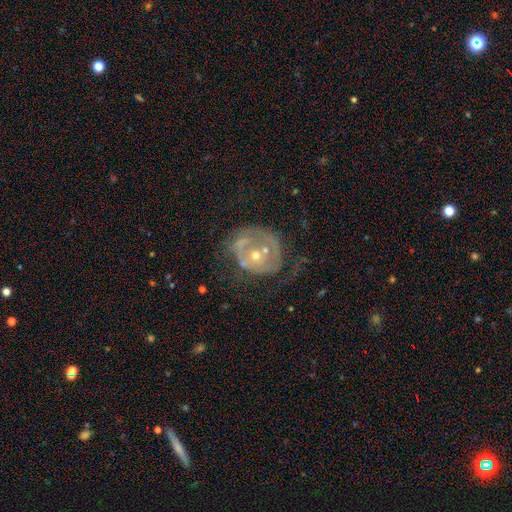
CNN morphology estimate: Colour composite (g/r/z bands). It shows a featured or disk galaxy (72%) with no bar (83%), no spiral arms (52%) and a small central bulge (54%). Merging: none (38%).